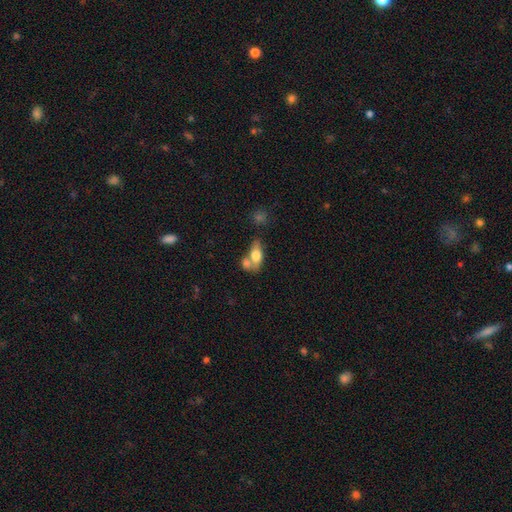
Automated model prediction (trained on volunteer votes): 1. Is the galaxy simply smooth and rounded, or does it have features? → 71% smooth, 22% featured or disk, 7% star or artifact.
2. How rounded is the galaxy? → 83% in between, 11% round, 6% cigar-shaped.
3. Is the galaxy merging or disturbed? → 52% merger, 29% none, 12% minor disturbance, 7% major disturbance.